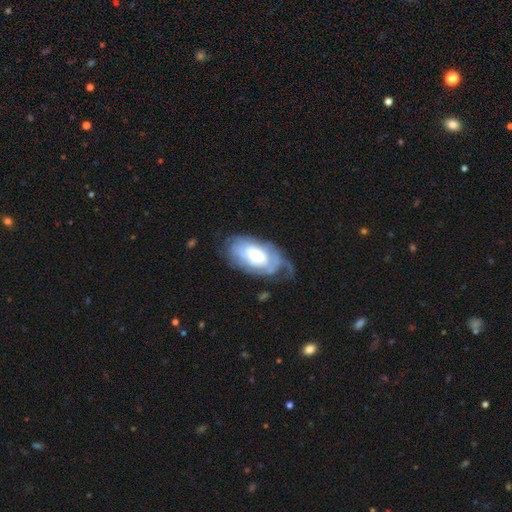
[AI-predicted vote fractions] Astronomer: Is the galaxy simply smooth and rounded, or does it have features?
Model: featured or disk — 67%.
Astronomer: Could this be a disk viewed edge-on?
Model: no — 94%.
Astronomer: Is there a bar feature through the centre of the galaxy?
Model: no — 60%.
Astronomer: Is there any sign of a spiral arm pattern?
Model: yes — 75%.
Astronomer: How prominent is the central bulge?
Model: moderate — 47% (runner-up: large, 34%).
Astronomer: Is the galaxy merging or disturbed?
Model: none — 44% (runner-up: minor disturbance, 29%).